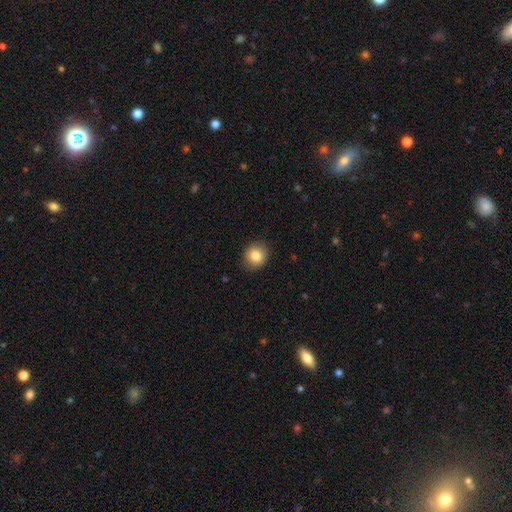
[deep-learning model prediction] Smooth or featured? Predicted: smooth (p=0.84). How rounded? Predicted: round (p=0.79). Merging? Predicted: none (p=0.88).